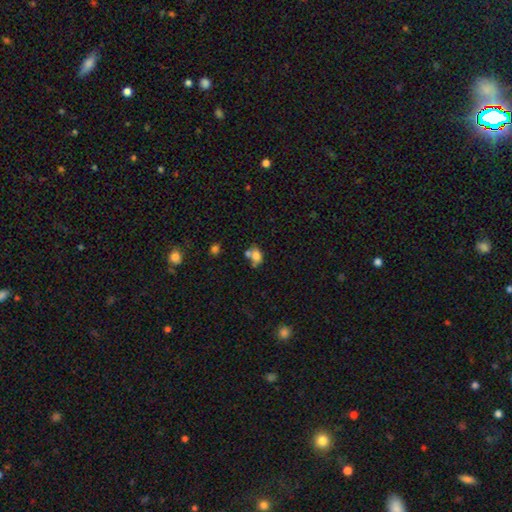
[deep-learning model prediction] Smooth or featured? smooth (74%)
How rounded? in between (69%)
Merging? merger (40%)